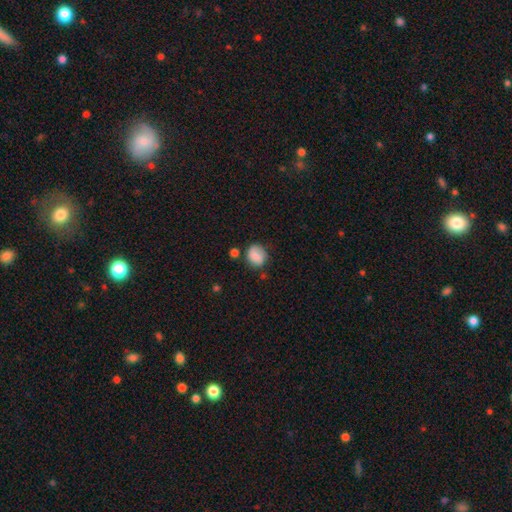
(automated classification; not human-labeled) Morphology: type=smooth (78%); roundness=round (67%); merging=none (63%).